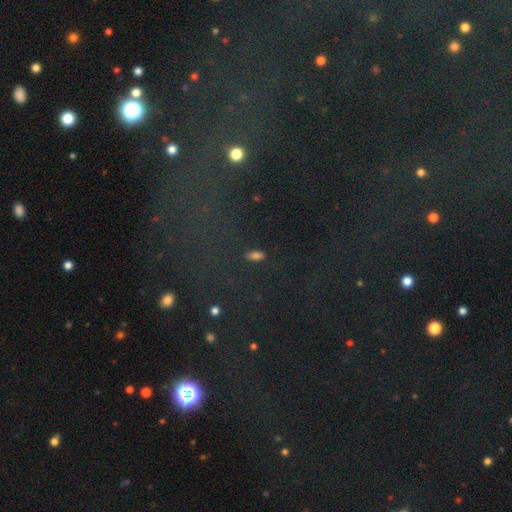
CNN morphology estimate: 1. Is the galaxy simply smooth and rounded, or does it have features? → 56% smooth, 34% star or artifact, 9% featured or disk.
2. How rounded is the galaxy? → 82% in between, 11% round, 7% cigar-shaped.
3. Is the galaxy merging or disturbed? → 80% none, 10% minor disturbance, 5% major disturbance, 4% merger.